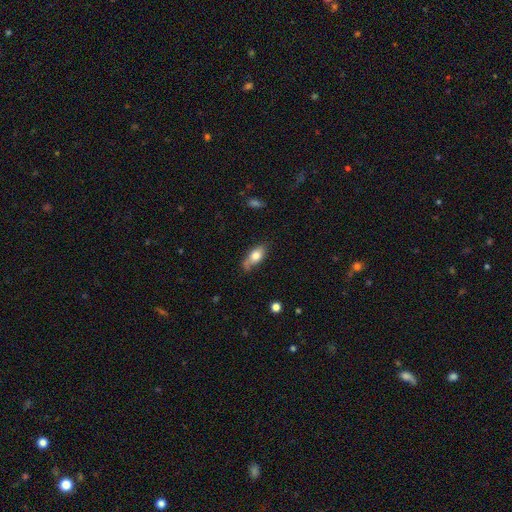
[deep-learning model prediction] smooth 75%, featured or disk 18%, star or artifact 7%. Down the decision tree: how rounded — in between (84%); merging — none (53%).